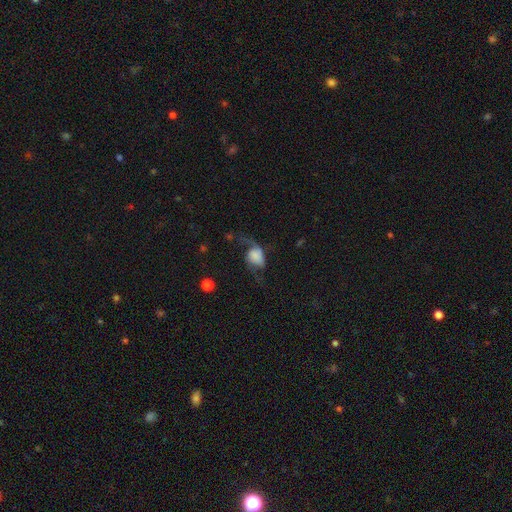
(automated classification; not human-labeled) A featured or disk galaxy (53%) with no bar (70%), spiral arms (85%) and a dominant central bulge (33%). Merging: none (40%).